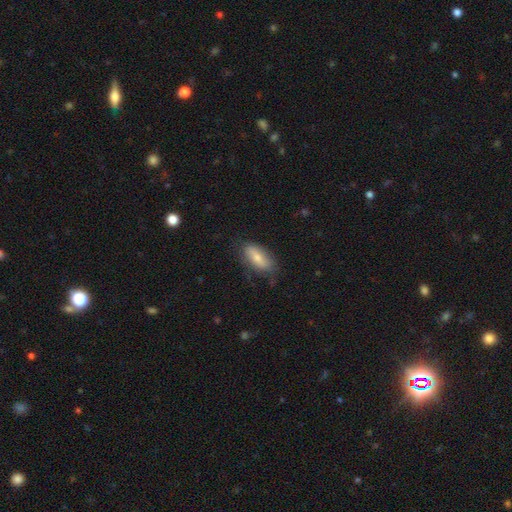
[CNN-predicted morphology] smooth 67%, featured or disk 25%, star or artifact 8%. Down the decision tree: how rounded — in between (81%); merging — none (72%).